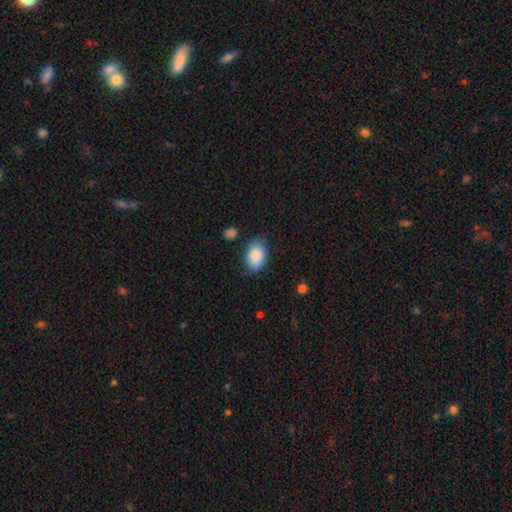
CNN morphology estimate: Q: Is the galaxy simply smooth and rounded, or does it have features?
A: smooth — 88%.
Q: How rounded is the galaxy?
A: in between — 82%.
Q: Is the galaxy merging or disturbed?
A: none — 73%.